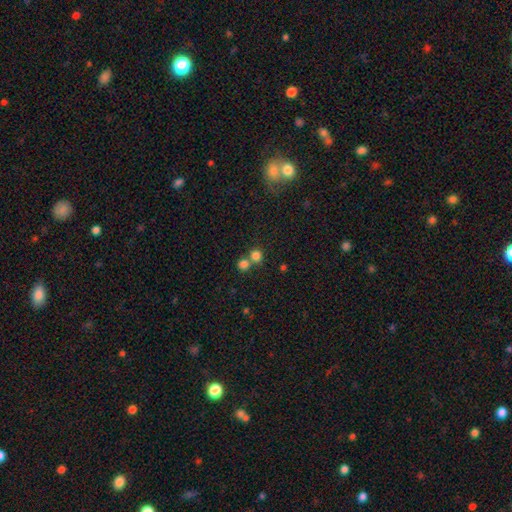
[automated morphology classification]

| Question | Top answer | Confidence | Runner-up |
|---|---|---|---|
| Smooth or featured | smooth | 79% | star or artifact (14%) |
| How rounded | round | 88% | in between (11%) |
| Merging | none | 53% | merger (39%) |